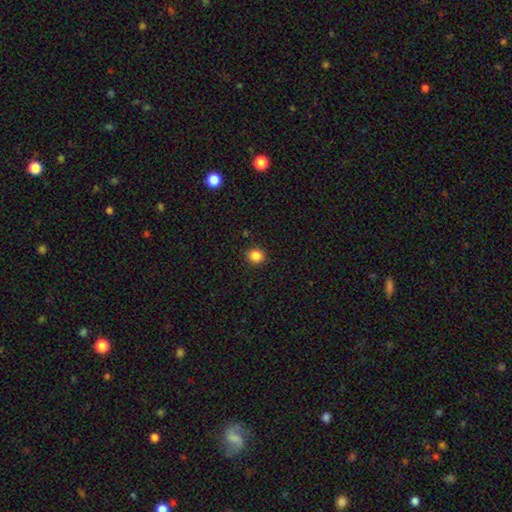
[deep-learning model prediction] Smooth or featured? smooth (86%)
How rounded? round (84%)
Merging? none (90%)